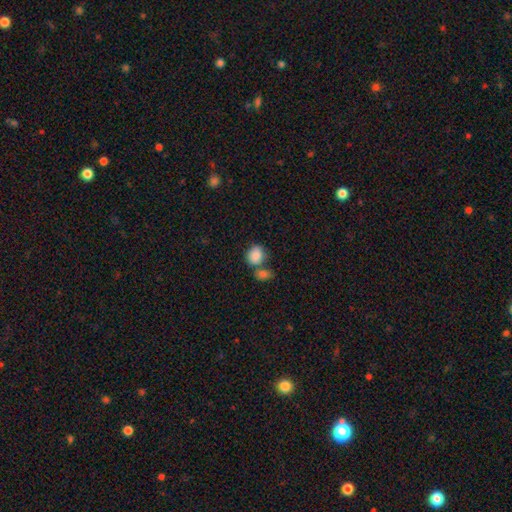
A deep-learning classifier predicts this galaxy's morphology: smooth-or-featured: smooth: 87% | star or artifact: 8% | featured or disk: 6%
  how-rounded: in between: 54% | round: 45% | cigar-shaped: 1%
  merging: none: 43% | merger: 40% | minor disturbance: 12% | major disturbance: 5%